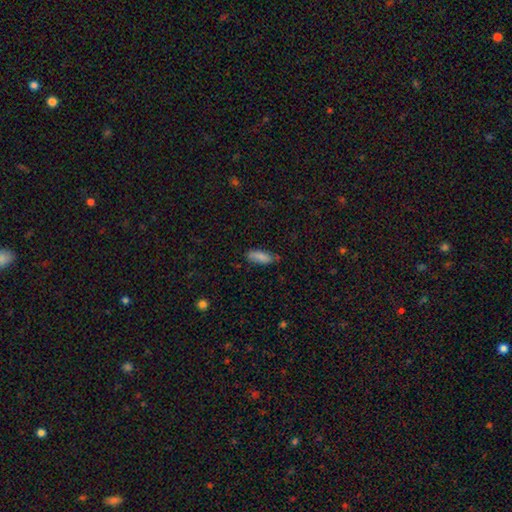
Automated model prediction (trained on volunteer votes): A smooth galaxy with no disk features (79%) that is in between round and cigar-shaped (66%).

Vote fractions:
- Smooth or featured? smooth: 79% / star or artifact: 11% / featured or disk: 11%
- How rounded? in between: 66% / cigar-shaped: 32% / round: 2%
- Merging? none: 74% / minor disturbance: 20% / major disturbance: 4% / merger: 2%